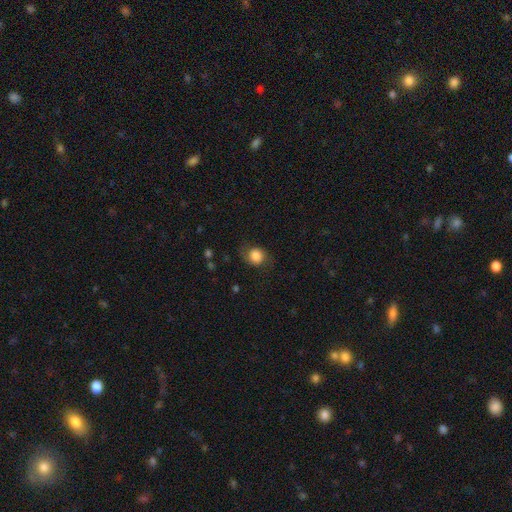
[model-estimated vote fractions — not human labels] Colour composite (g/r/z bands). It shows a smooth galaxy with no disk features (74%) that is round (69%). Merging: none (68%).